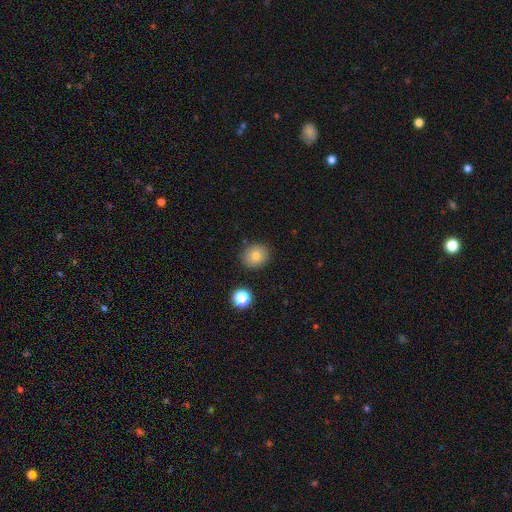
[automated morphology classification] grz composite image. It shows a smooth galaxy with no disk features (80%) that is round (82%). Merging: none (87%).